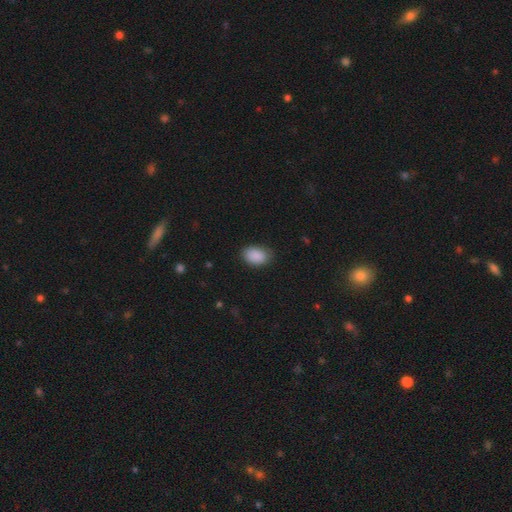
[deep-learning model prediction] Smooth or featured?
  - smooth: 89% *
  - star or artifact: 7%
  - featured or disk: 3%
How rounded?
  - in between: 85% *
  - round: 14%
  - cigar-shaped: 1%
Merging?
  - none: 80% *
  - minor disturbance: 16%
  - major disturbance: 3%
  - merger: 1%